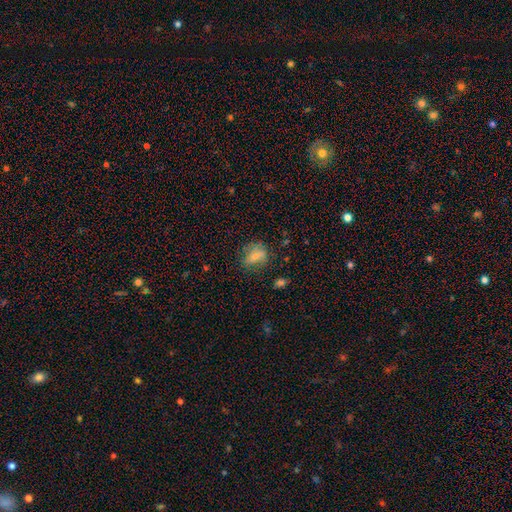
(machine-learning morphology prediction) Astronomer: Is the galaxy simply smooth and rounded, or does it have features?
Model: smooth — 66%.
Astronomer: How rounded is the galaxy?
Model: in between — 59% (runner-up: round, 37%).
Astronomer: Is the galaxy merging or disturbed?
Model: none — 64%.